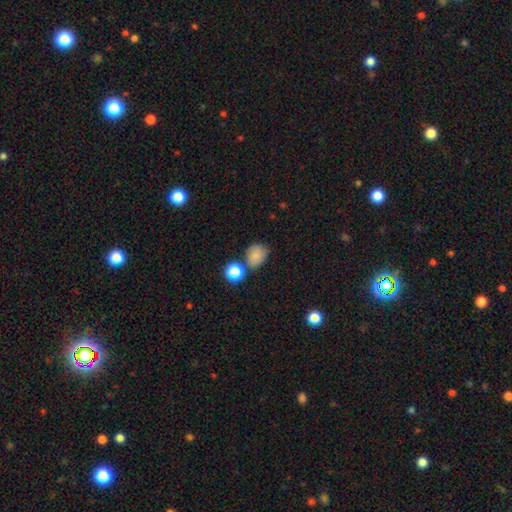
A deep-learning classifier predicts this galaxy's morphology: A smooth galaxy with no disk features (78%) that is round (52%).

Vote fractions:
- Smooth or featured? smooth: 78% / star or artifact: 12% / featured or disk: 9%
- How rounded? round: 52% / in between: 47% / cigar-shaped: 1%
- Merging? none: 60% / minor disturbance: 20% / merger: 13% / major disturbance: 6%